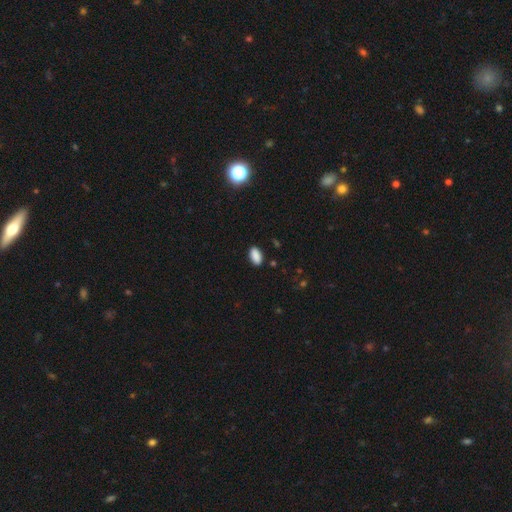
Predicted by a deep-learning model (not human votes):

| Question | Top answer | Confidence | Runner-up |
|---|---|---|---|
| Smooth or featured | smooth | 89% | star or artifact (8%) |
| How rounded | in between | 91% | cigar-shaped (5%) |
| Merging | none | 87% | minor disturbance (10%) |